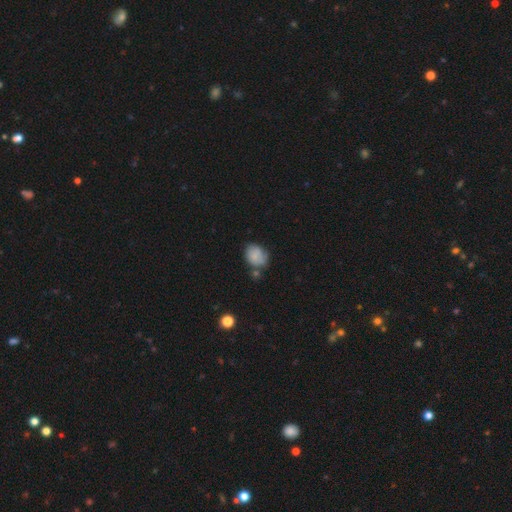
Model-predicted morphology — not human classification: type=smooth (73%); roundness=in between (57%); merging=none (52%).